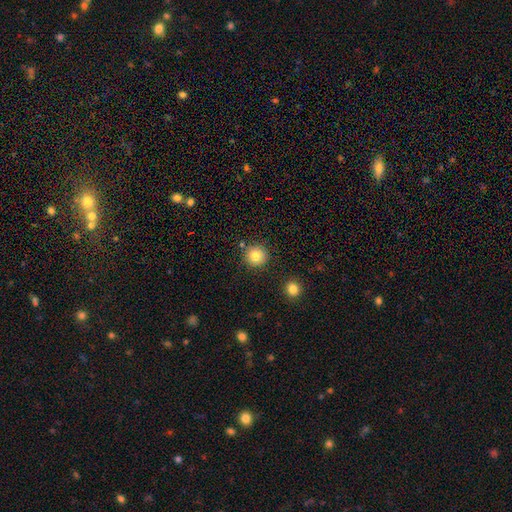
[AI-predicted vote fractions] A smooth galaxy with no disk features (82%) that is round (94%).

Vote fractions:
- Smooth or featured? smooth: 82% / star or artifact: 11% / featured or disk: 8%
- How rounded? round: 94% / in between: 5% / cigar-shaped: 1%
- Merging? none: 86% / minor disturbance: 7% / merger: 4% / major disturbance: 2%